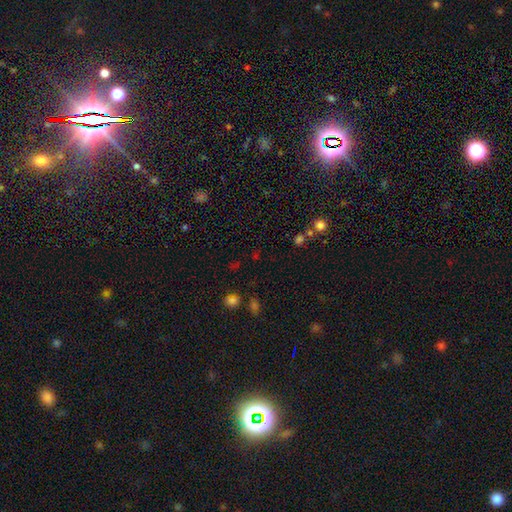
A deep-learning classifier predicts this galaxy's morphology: This appears to be a star or artifact, not a galaxy (48%).